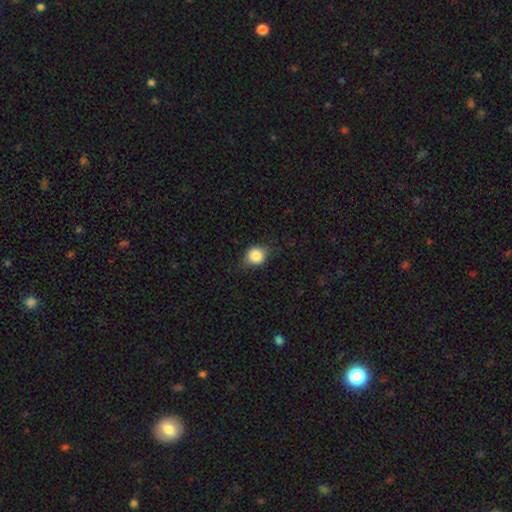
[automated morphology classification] smooth 83%, star or artifact 10%, featured or disk 7%. Down the decision tree: how rounded — round (73%); merging — none (74%).